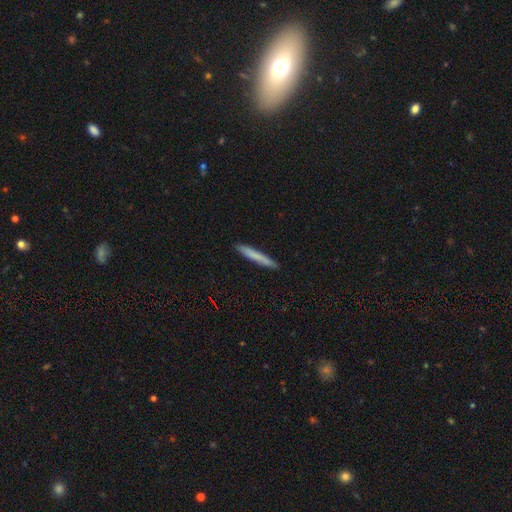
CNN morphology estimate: This appears to be a smooth galaxy with no disk features (74%) that is cigar-shaped (96%). Merging: none (91%).